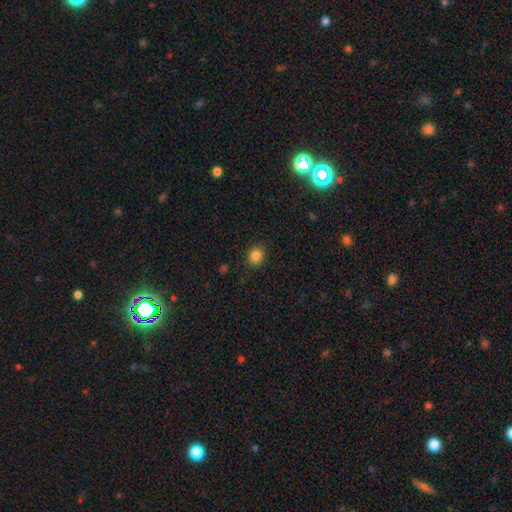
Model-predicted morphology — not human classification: smooth-or-featured: smooth: 84% | star or artifact: 11% | featured or disk: 4%
  how-rounded: round: 62% | in between: 37% | cigar-shaped: 1%
  merging: none: 88% | minor disturbance: 9% | major disturbance: 2% | merger: 1%